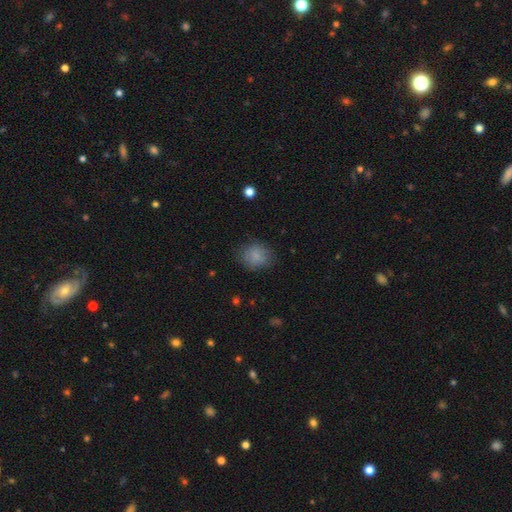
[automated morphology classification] Overall: smooth (79%). How rounded: round (63%; in between 36%). Merging: none (74%).